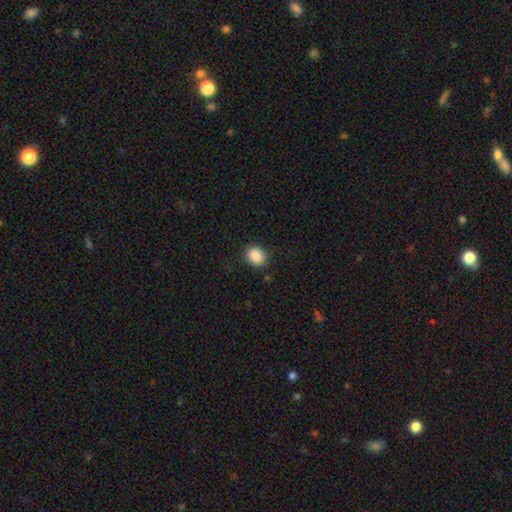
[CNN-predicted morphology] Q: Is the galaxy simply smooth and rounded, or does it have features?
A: smooth — 88%.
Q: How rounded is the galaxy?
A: in between — 53%.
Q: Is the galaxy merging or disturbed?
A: none — 84%.